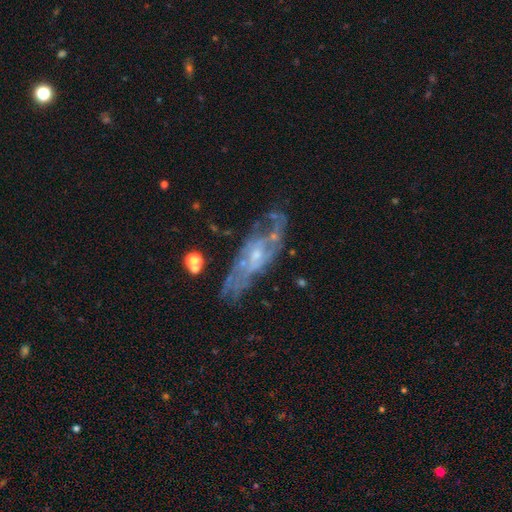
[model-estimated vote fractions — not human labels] This appears to be a featured or disk galaxy (76%) with no bar (60%), spiral arms (71%) and a small central bulge (67%). Merging: none (62%).